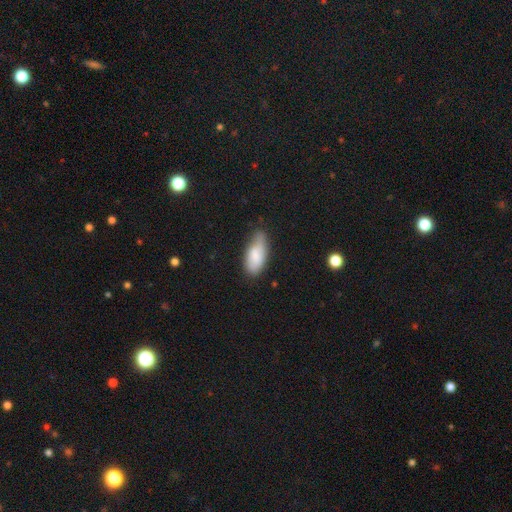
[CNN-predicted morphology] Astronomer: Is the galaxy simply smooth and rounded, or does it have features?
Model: smooth — 80%.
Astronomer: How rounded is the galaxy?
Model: in between — 86%.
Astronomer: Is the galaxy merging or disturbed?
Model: none — 53% (runner-up: minor disturbance, 36%).